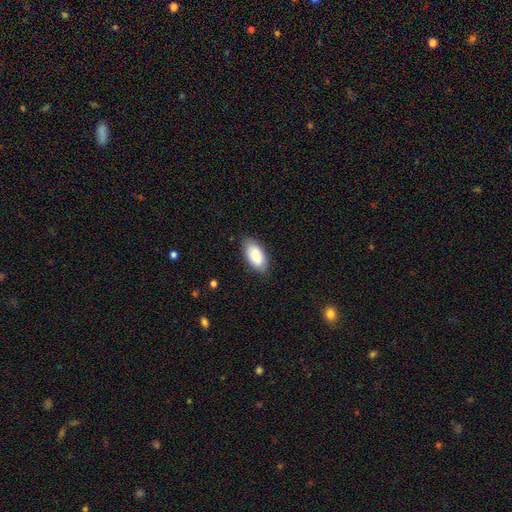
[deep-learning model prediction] Smooth or featured: smooth — 86% (featured or disk — 8%)
How rounded: in between — 94% (cigar-shaped — 4%)
Merging: none — 82% (minor disturbance — 14%)